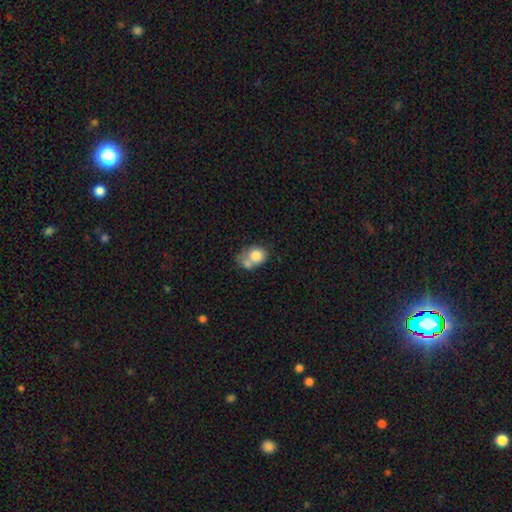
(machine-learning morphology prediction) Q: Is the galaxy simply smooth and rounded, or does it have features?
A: smooth — 75%.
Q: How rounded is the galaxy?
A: round — 52%.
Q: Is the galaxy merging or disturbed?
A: merger — 45%.